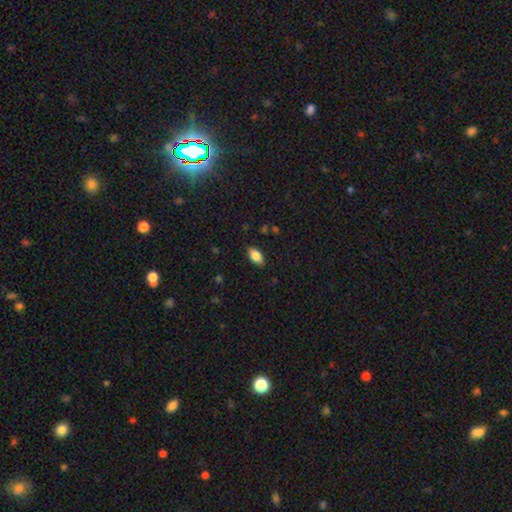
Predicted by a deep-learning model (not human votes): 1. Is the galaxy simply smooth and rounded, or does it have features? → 83% smooth, 9% featured or disk, 7% star or artifact.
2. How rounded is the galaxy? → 92% in between, 5% cigar-shaped, 4% round.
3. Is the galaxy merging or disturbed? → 87% none, 10% minor disturbance, 2% major disturbance, 1% merger.